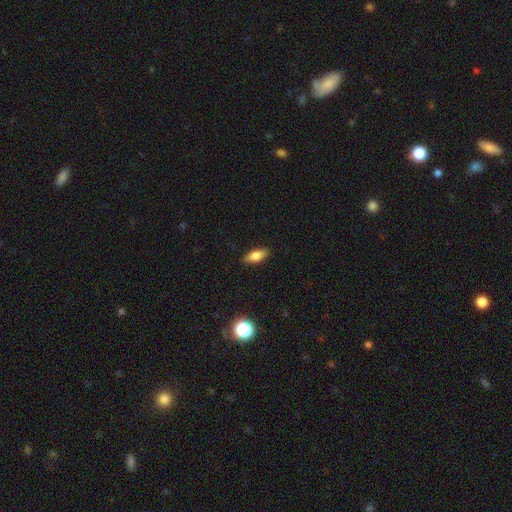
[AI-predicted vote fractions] Smooth or featured? Predicted: smooth (p=0.69). How rounded? Predicted: in between (p=0.72). Merging? Predicted: none (p=0.88).